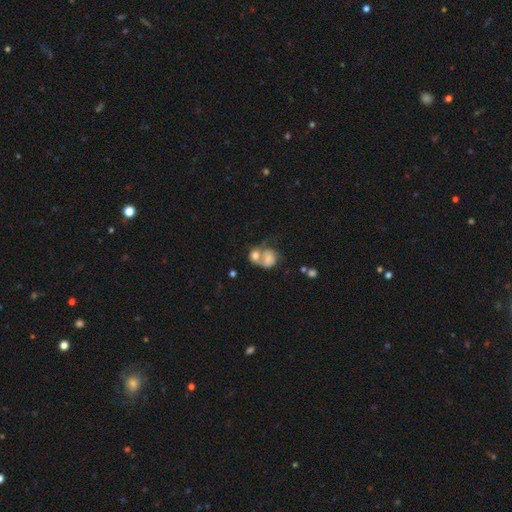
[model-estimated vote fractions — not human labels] Smooth or featured? Predicted: smooth (p=0.39). Merging? Predicted: merger (p=0.40).